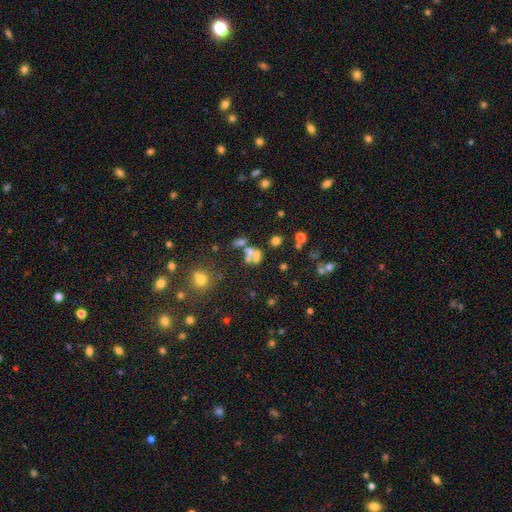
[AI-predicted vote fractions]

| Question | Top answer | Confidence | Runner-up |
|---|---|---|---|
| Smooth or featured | smooth | 43% | star or artifact (30%) |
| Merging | merger | 45% | none (32%) |